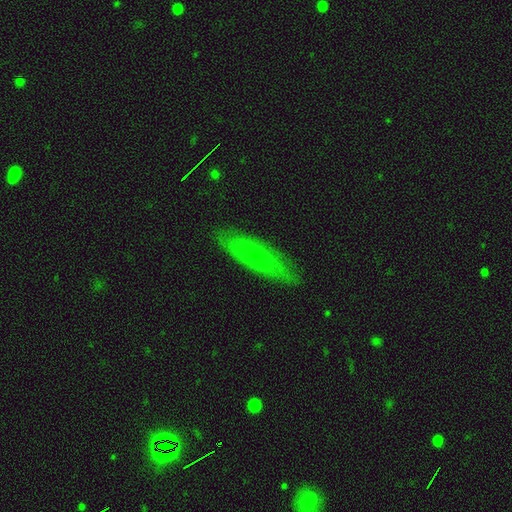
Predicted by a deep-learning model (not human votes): This appears to be a smooth galaxy with no disk features (48%). Merging: none (84%).